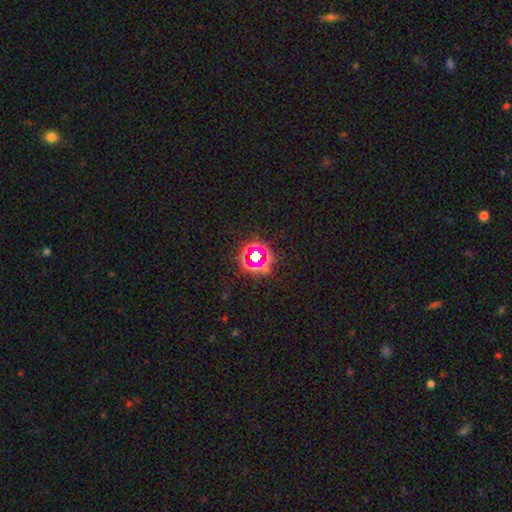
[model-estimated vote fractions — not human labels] star or artifact 64%, smooth 22%, featured or disk 13%.